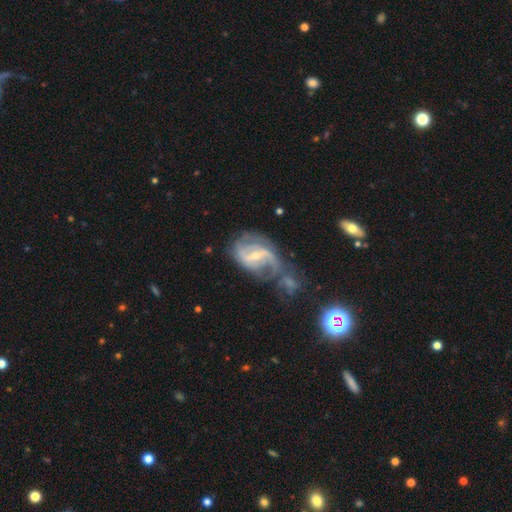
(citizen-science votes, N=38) This is clearly a featured or disk galaxy (84%). It is clearly not viewed edge-on (97%). Bar: possibly strong (55%). Spiral arm pattern: clearly yes (100%). Spiral arm count: clearly 2 (94%). Spiral winding: likely medium (61%). Central bulge: possibly small (55%). Merging: marginally none (29%, tied with minor disturbance).